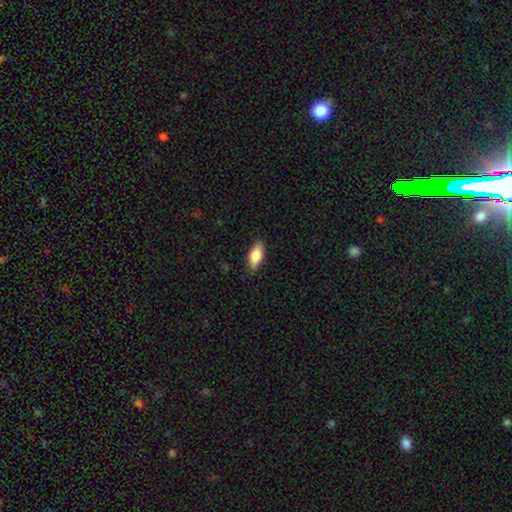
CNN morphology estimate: type=smooth (79%); roundness=in between (82%); merging=none (86%).